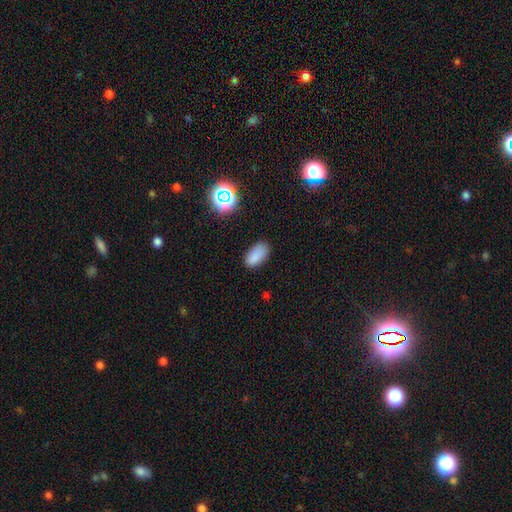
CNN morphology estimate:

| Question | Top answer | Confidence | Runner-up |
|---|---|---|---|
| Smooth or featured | smooth | 83% | star or artifact (12%) |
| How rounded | in between | 92% | round (5%) |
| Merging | none | 81% | minor disturbance (14%) |